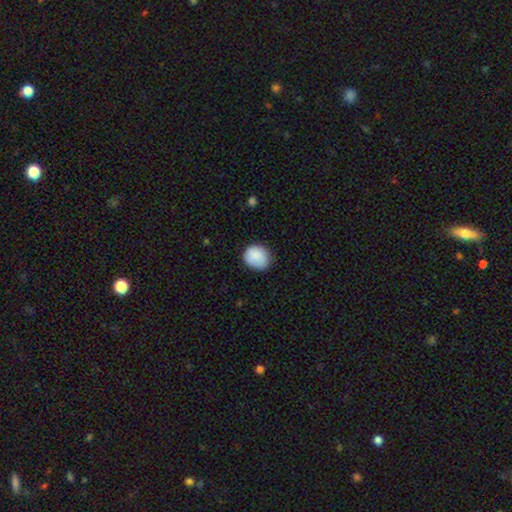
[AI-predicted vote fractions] This is clearly a smooth galaxy (87%). How rounded: likely round (74%). Merging: likely none (77%).